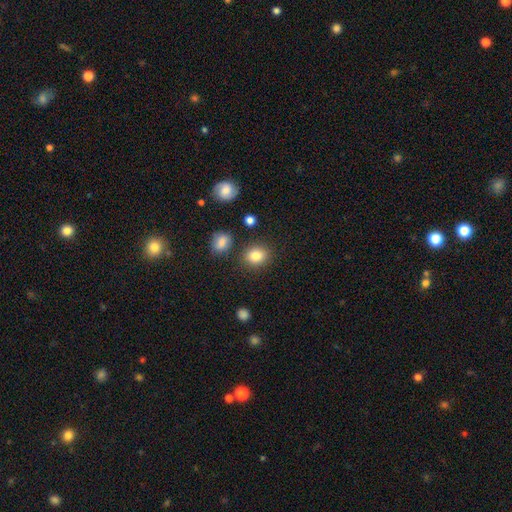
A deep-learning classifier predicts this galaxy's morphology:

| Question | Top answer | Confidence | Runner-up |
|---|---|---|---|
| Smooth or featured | smooth | 83% | star or artifact (10%) |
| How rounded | round | 67% | in between (32%) |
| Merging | none | 84% | minor disturbance (9%) |